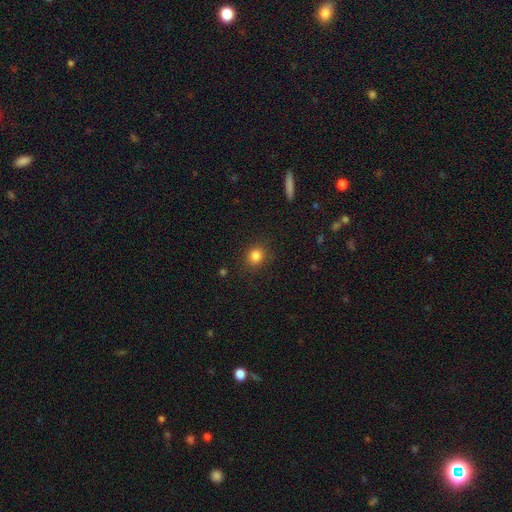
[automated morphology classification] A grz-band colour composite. It shows a smooth galaxy with no disk features (84%) that is round (79%). Merging: none (86%).